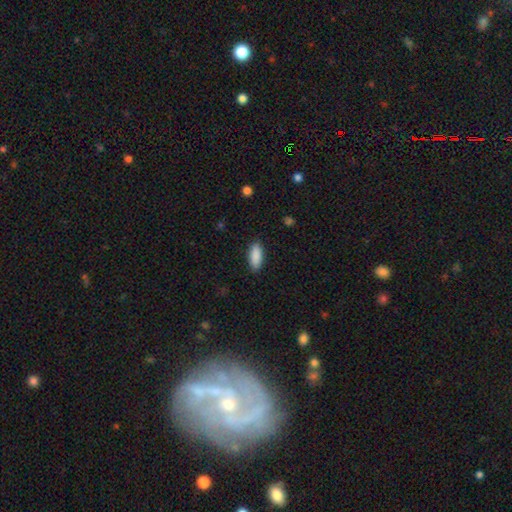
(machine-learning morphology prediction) Q: Smooth or featured?
A: smooth (90%); runner-up: star or artifact (6%)
Q: How rounded?
A: in between (79%); runner-up: cigar-shaped (19%)
Q: Merging?
A: none (88%); runner-up: minor disturbance (9%)